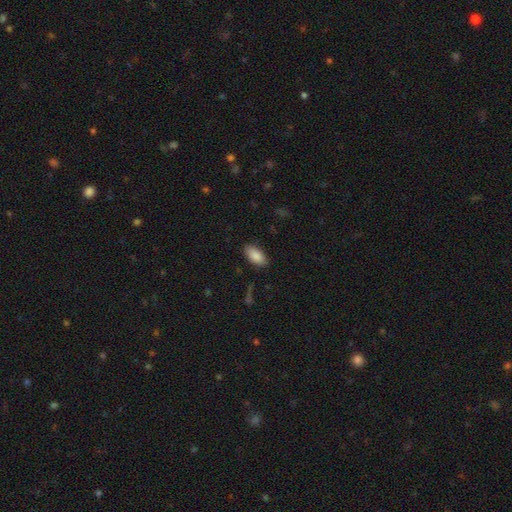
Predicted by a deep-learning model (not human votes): smooth 88%, star or artifact 7%, featured or disk 6%. Down the decision tree: how rounded — in between (92%); merging — none (85%).